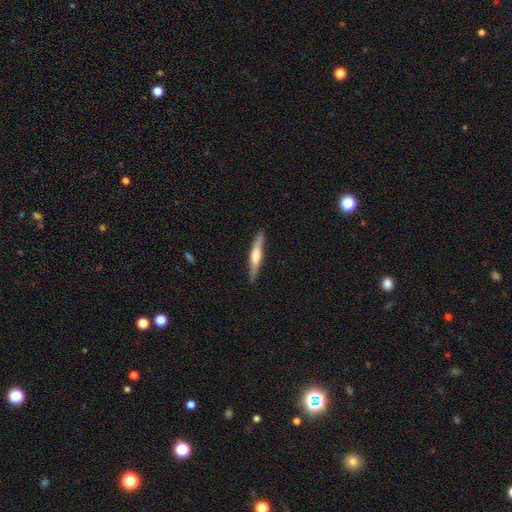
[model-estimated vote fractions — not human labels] smooth-or-featured: featured or disk: 55% | smooth: 40% | star or artifact: 5%
  disk-edge-on: yes: 94% | no: 6%
    edge-on-bulge: rounded: 82% | boxy: 9% | none: 9%
  merging: none: 87% | minor disturbance: 10% | major disturbance: 2% | merger: 1%